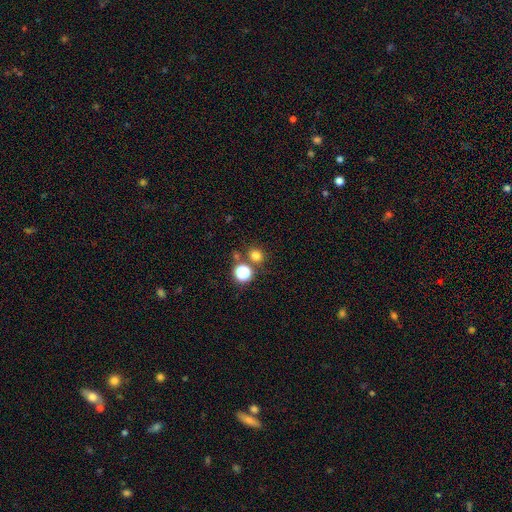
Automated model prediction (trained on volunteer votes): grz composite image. It shows a smooth galaxy with no disk features (74%) that is round (83%). Merging: none (76%).